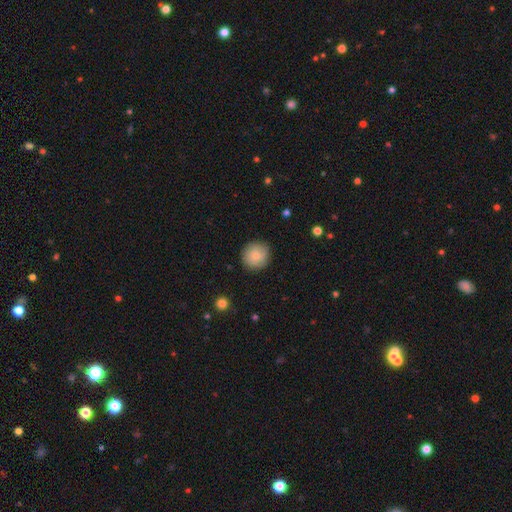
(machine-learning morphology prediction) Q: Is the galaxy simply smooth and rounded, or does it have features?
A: smooth — 79%.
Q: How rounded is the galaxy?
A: round — 92%.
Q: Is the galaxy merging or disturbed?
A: none — 87%.